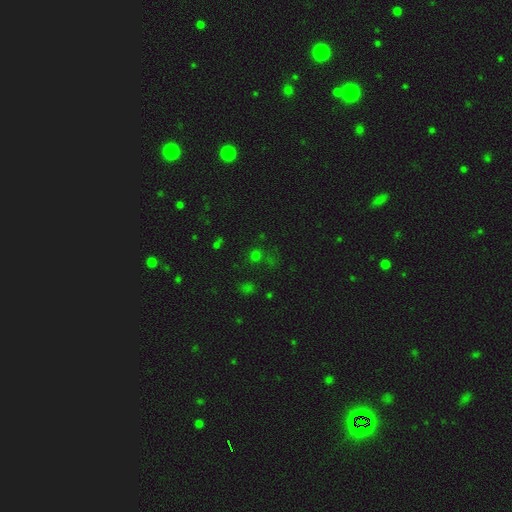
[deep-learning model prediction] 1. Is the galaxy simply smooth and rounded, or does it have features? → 51% smooth, 42% star or artifact, 7% featured or disk.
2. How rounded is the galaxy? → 83% round, 15% in between, 1% cigar-shaped.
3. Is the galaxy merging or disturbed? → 69% none, 12% merger, 12% minor disturbance, 7% major disturbance.